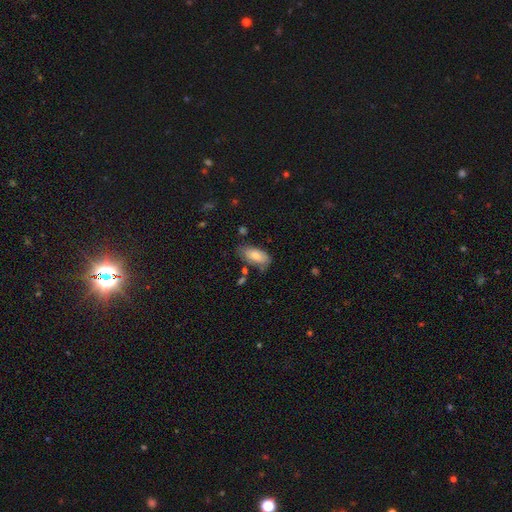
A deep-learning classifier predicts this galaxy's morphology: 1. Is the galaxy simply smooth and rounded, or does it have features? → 79% smooth, 15% featured or disk, 7% star or artifact.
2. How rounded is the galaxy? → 90% in between, 7% cigar-shaped, 3% round.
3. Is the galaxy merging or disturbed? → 64% none, 25% minor disturbance, 6% major disturbance, 5% merger.